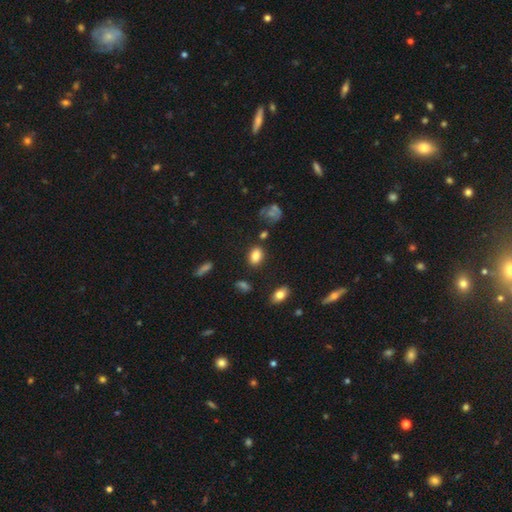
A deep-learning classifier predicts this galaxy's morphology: type=smooth (83%); roundness=in between (80%); merging=none (82%).